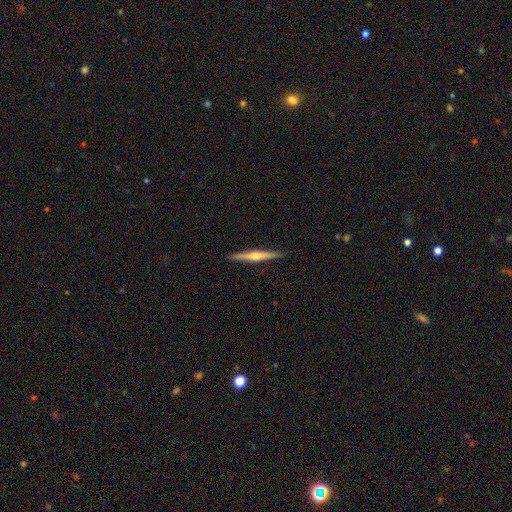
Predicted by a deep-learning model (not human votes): smooth_or_featured: featured or disk (p=0.72) [alt: smooth p=0.23]
disk_edge_on: yes (p=0.98) [alt: no p=0.02]
edge_on_bulge: rounded (p=0.87) [alt: none p=0.08]
merging: none (p=0.92) [alt: minor disturbance p=0.06]